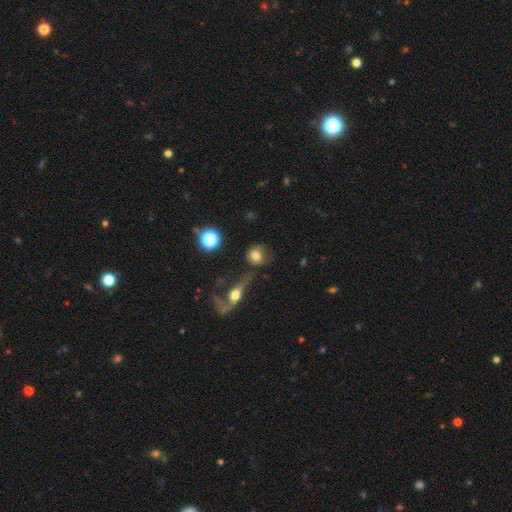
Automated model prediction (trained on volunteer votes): This appears to be a smooth galaxy with no disk features (72%) that is round (84%). Merging: none (59%).